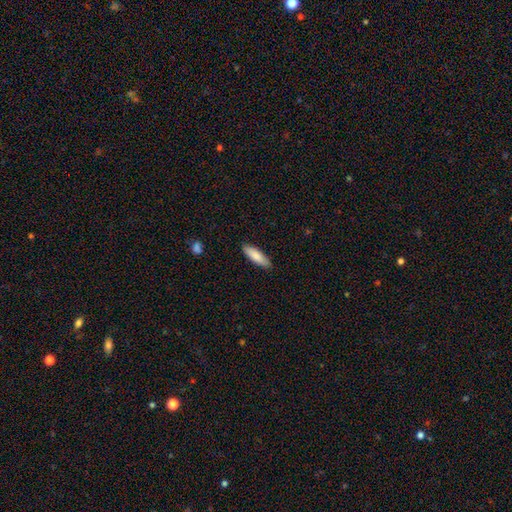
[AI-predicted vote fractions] Q: Smooth or featured?
A: smooth (84%); runner-up: featured or disk (11%)
Q: How rounded?
A: cigar-shaped (54%); runner-up: in between (45%)
Q: Merging?
A: none (88%); runner-up: minor disturbance (9%)